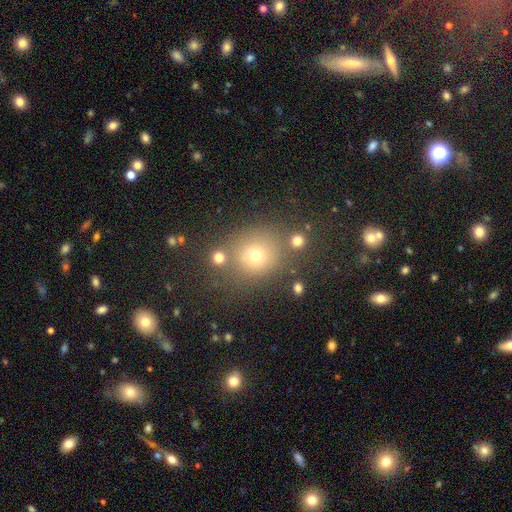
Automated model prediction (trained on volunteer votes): Smooth or featured?
  - smooth: 67% *
  - star or artifact: 21%
  - featured or disk: 12%
How rounded?
  - round: 78% *
  - in between: 21%
  - cigar-shaped: 1%
Merging?
  - none: 73% *
  - minor disturbance: 12%
  - merger: 10%
  - major disturbance: 5%